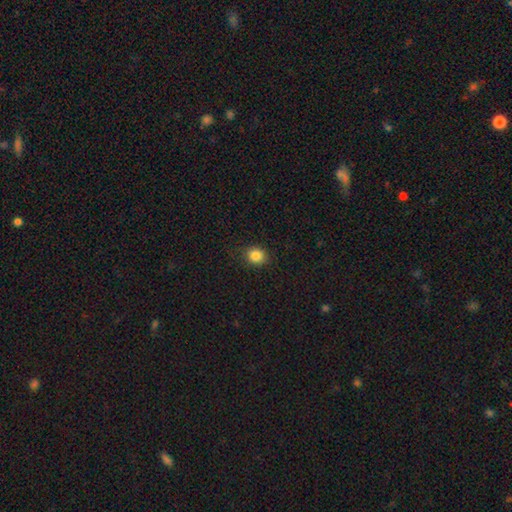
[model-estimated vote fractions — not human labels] Smooth or featured? Predicted: smooth (p=0.85). How rounded? Predicted: round (p=0.72). Merging? Predicted: none (p=0.88).